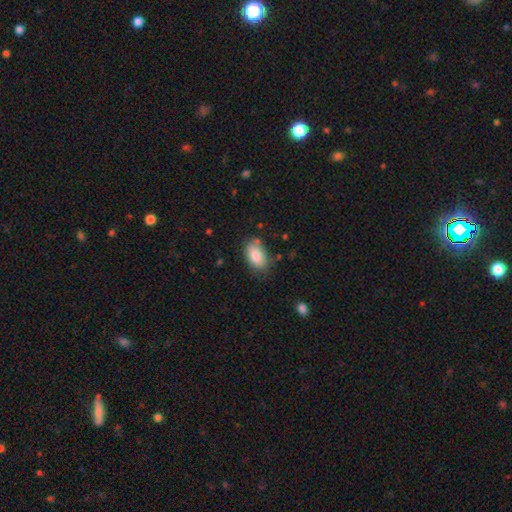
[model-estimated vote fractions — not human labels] Smooth or featured?
  - smooth: 85% *
  - featured or disk: 8%
  - star or artifact: 7%
How rounded?
  - in between: 92% *
  - round: 7%
  - cigar-shaped: 2%
Merging?
  - none: 75% *
  - minor disturbance: 18%
  - major disturbance: 4%
  - merger: 3%